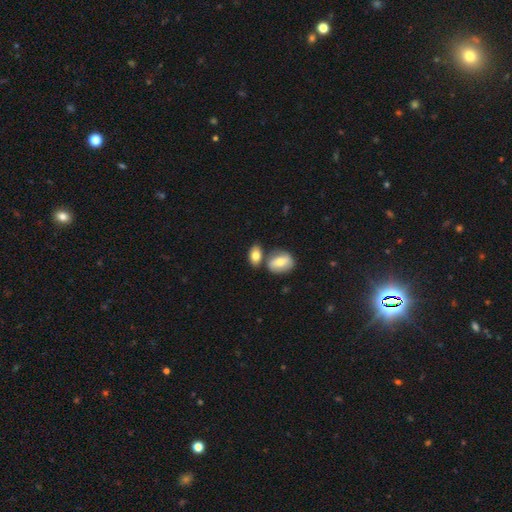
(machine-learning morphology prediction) Smooth or featured? smooth (79%)
How rounded? in between (84%)
Merging? none (57%)